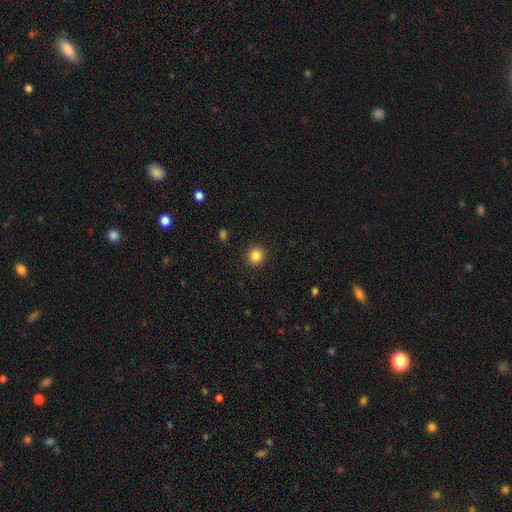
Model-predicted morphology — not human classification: Q: Smooth or featured?
A: smooth (85%); runner-up: star or artifact (11%)
Q: How rounded?
A: round (92%); runner-up: in between (7%)
Q: Merging?
A: none (92%); runner-up: minor disturbance (5%)